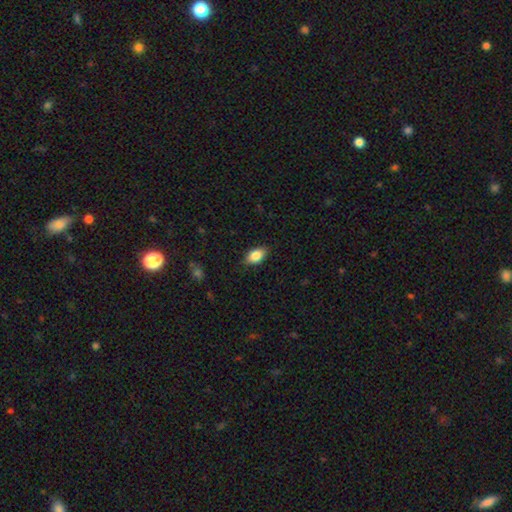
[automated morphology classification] Smooth or featured? Predicted: smooth (p=0.83). How rounded? Predicted: in between (p=0.88). Merging? Predicted: none (p=0.85).